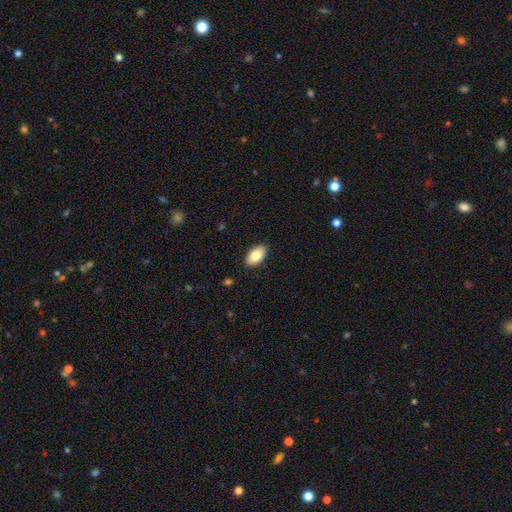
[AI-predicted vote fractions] Morphology: type=smooth (85%); roundness=in between (94%); merging=none (89%).